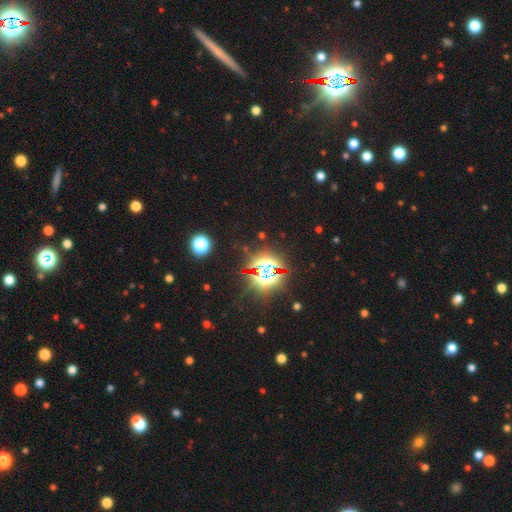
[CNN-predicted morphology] Overall: star or artifact (80%).